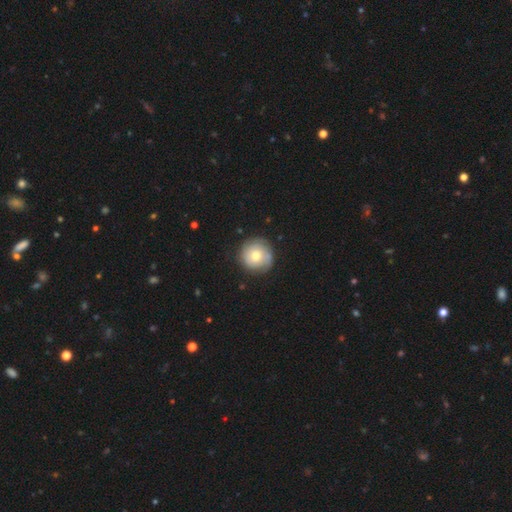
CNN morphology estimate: Q: Smooth or featured?
A: smooth (60%); runner-up: featured or disk (33%)
Q: How rounded?
A: round (95%); runner-up: in between (4%)
Q: Merging?
A: none (81%); runner-up: minor disturbance (14%)